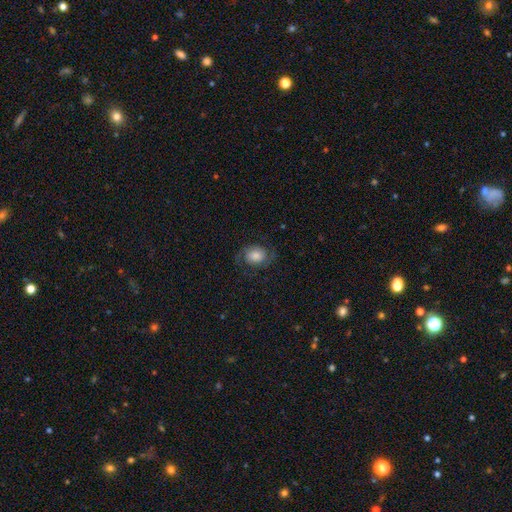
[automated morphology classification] The model was most divided on "bulge size": large: 36%, moderate: 32%, small: 15%, dominant: 11%, none: 7%. Remaining: edge-on disk — no (98%); spiral arms — yes (91%); spiral arm count — 2 (91%); merging — none (74%); bar — no (72%); smooth or featured — featured or disk (61%); spiral winding — medium (48%).